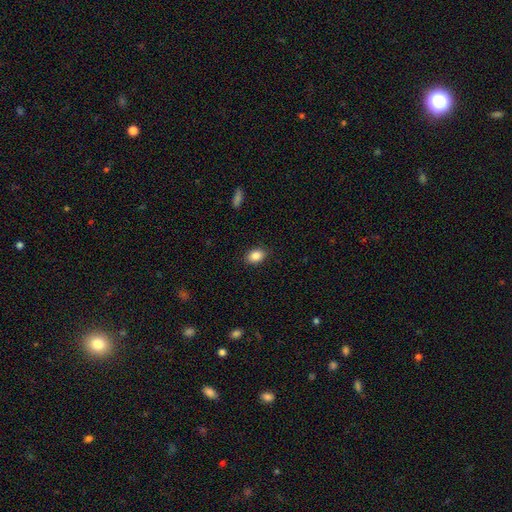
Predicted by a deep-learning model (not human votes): Smooth or featured: smooth — 87% (star or artifact — 8%)
How rounded: in between — 82% (round — 17%)
Merging: none — 88% (minor disturbance — 9%)